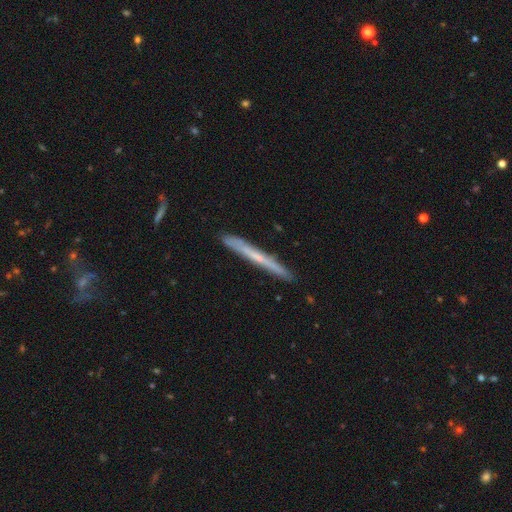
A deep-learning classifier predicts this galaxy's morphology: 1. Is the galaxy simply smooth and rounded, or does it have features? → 55% featured or disk, 38% smooth, 7% star or artifact.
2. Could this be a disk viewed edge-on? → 95% yes, 5% no.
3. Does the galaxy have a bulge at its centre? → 69% none, 27% rounded, 4% boxy.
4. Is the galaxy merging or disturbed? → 87% none, 10% minor disturbance, 2% major disturbance, 1% merger.